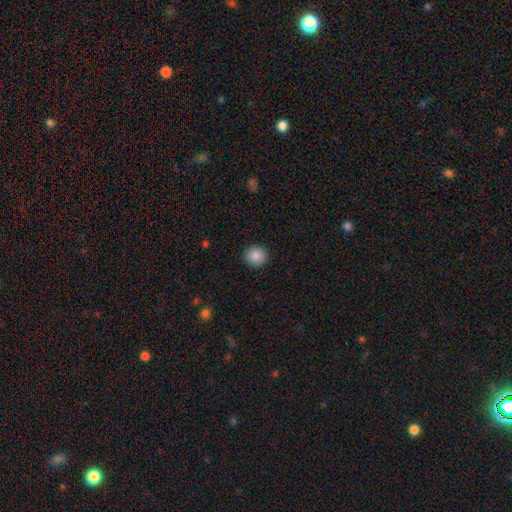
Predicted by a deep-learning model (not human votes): This appears to be a smooth galaxy with no disk features (88%) that is round (90%). Merging: none (91%).